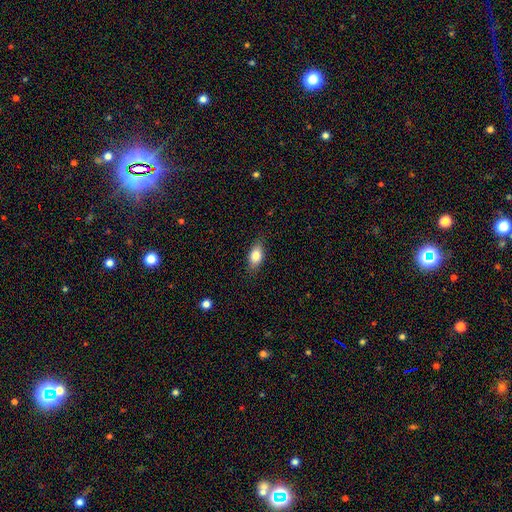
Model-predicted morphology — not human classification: This appears to be a smooth galaxy with no disk features (80%) that is in between round and cigar-shaped (86%). Merging: none (83%).